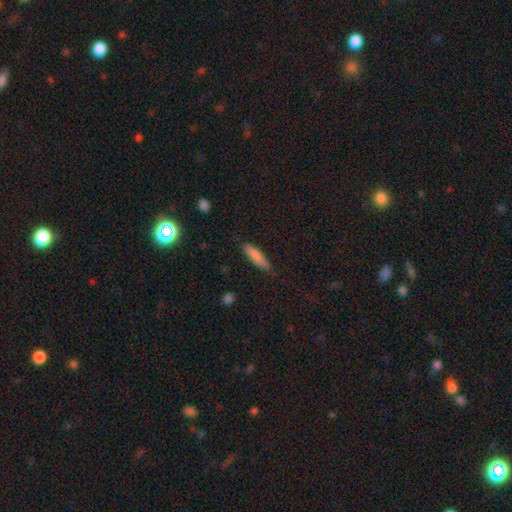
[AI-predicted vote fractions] This is clearly a smooth galaxy (83%). How rounded: likely cigar-shaped (69%). Merging: clearly none (81%).